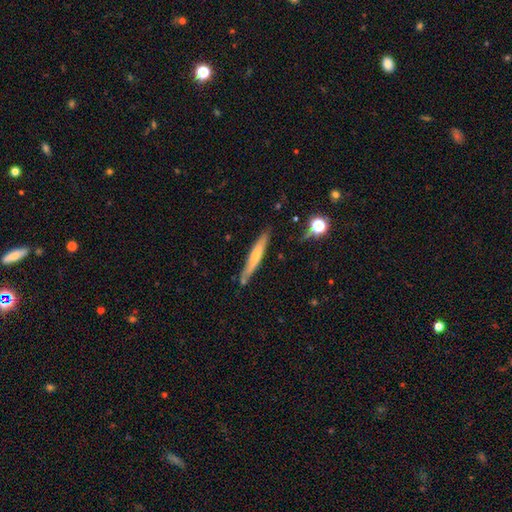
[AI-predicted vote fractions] Smooth or featured? smooth (51%)
How rounded? cigar-shaped (93%)
Merging? none (77%)